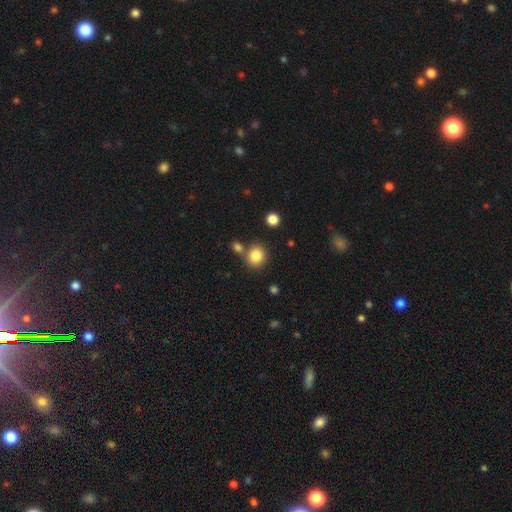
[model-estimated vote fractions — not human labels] Q: Smooth or featured?
A: smooth (84%); runner-up: star or artifact (10%)
Q: How rounded?
A: round (83%); runner-up: in between (16%)
Q: Merging?
A: none (73%); runner-up: merger (15%)